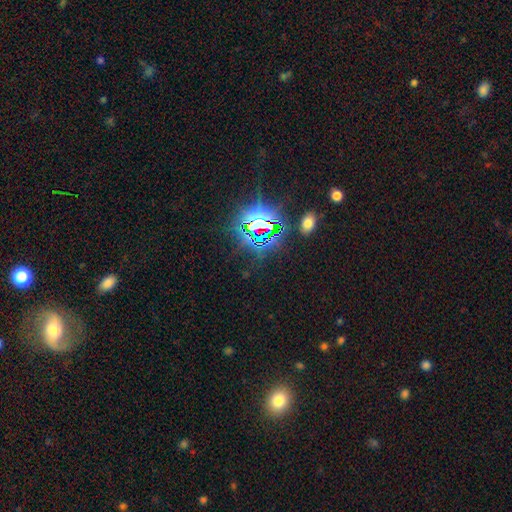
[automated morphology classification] A star or artifact, not a galaxy (79%).

Vote fractions:
- Smooth or featured? star or artifact: 79% / smooth: 12% / featured or disk: 9%